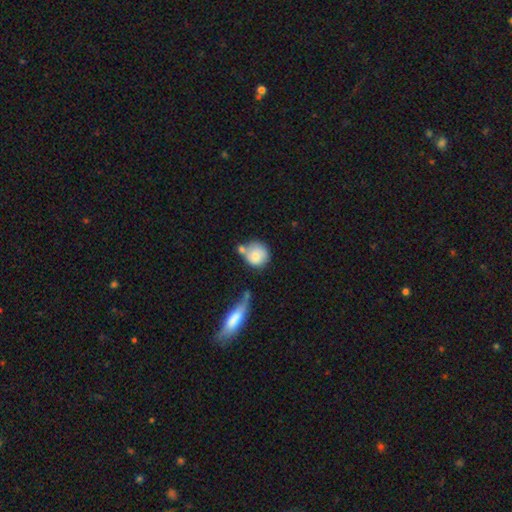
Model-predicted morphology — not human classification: A smooth galaxy with no disk features (74%) that is round (88%). Merging: none (48%).